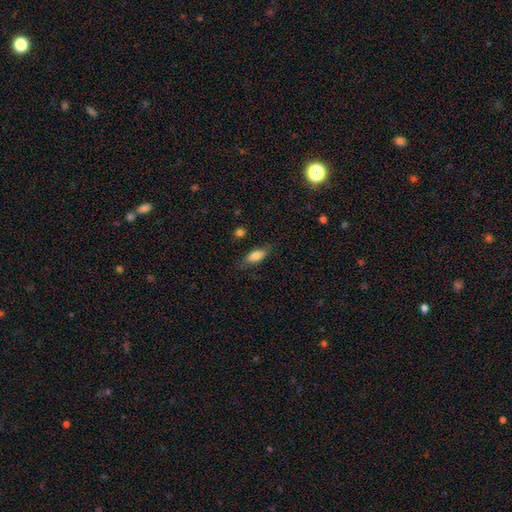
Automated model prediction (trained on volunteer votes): smooth_or_featured: smooth (p=0.78) [alt: featured or disk p=0.15]
how_rounded: in between (p=0.79) [alt: cigar-shaped p=0.18]
merging: none (p=0.75) [alt: minor disturbance p=0.19]